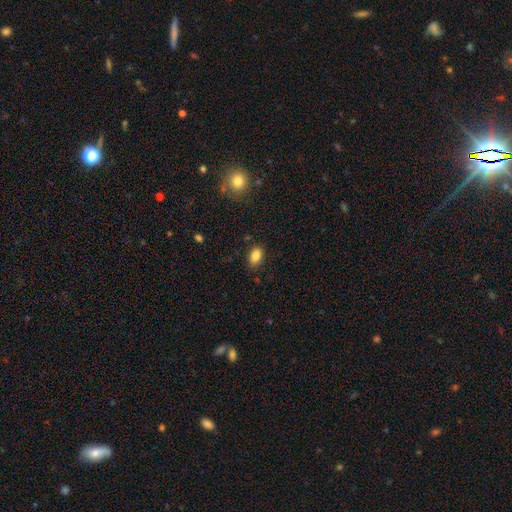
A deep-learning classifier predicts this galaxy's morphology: type=smooth (86%); roundness=in between (86%); merging=none (83%).